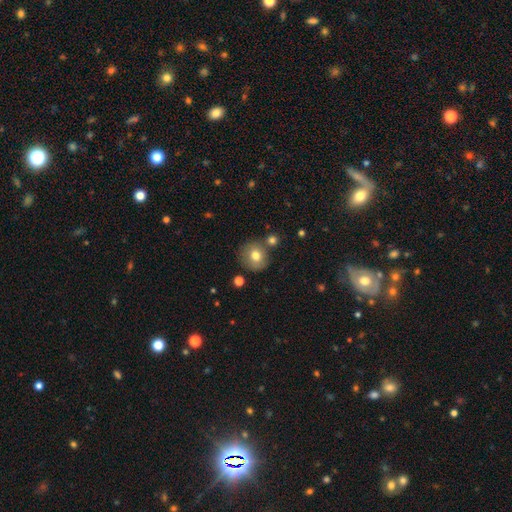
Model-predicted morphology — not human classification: Smooth or featured? smooth (75%)
How rounded? round (89%)
Merging? none (73%)